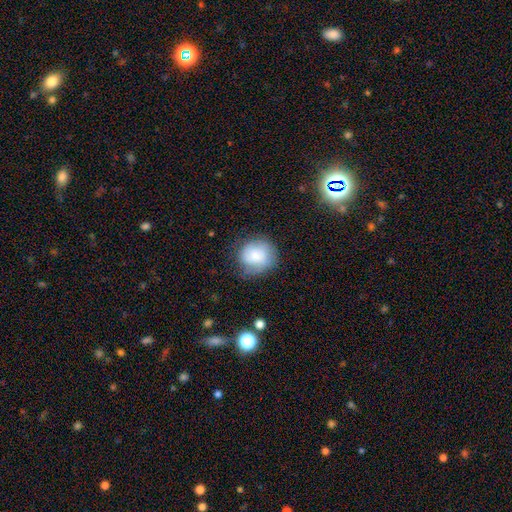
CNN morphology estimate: Smooth or featured: smooth — 72% (featured or disk — 20%)
How rounded: round — 83% (in between — 16%)
Merging: none — 68% (minor disturbance — 23%)